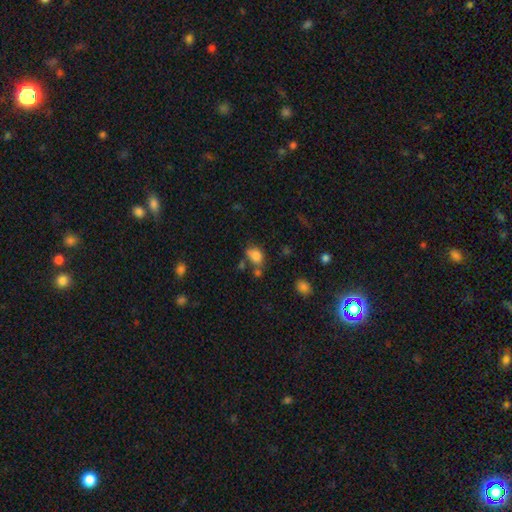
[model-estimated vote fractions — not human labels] Smooth or featured? smooth (80%)
How rounded? in between (69%)
Merging? none (44%)